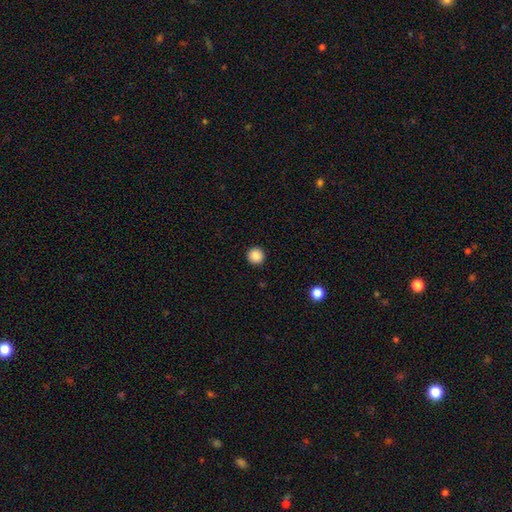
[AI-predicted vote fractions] This is clearly a smooth galaxy (88%). How rounded: clearly round (96%). Merging: clearly none (93%).